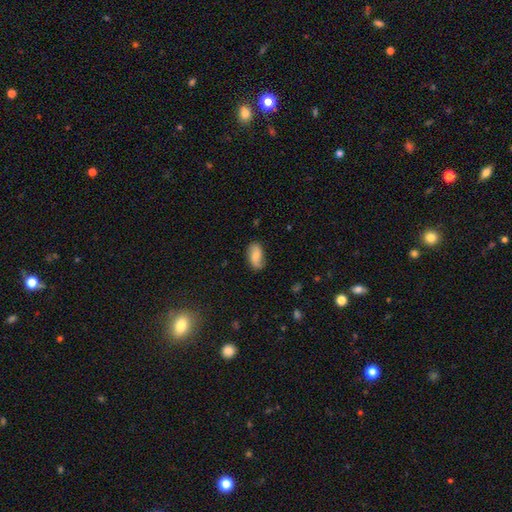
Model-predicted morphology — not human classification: Overall: smooth (64%; featured or disk 28%). How rounded: in between (91%). Merging: none (74%).